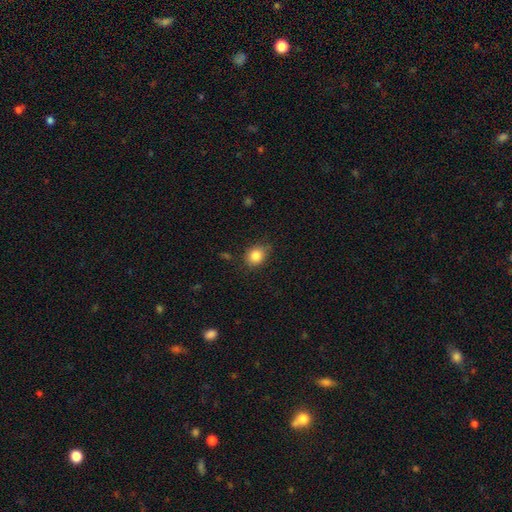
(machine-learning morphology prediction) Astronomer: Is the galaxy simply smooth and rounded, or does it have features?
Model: smooth — 84%.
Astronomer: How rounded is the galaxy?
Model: round — 59% (runner-up: in between, 40%).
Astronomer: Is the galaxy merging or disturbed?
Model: none — 77%.